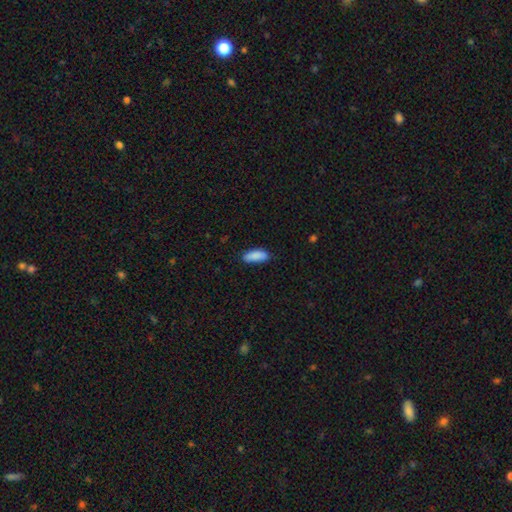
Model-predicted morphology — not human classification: smooth 88%, star or artifact 7%, featured or disk 6%. Down the decision tree: how rounded — in between (72%); merging — none (78%).